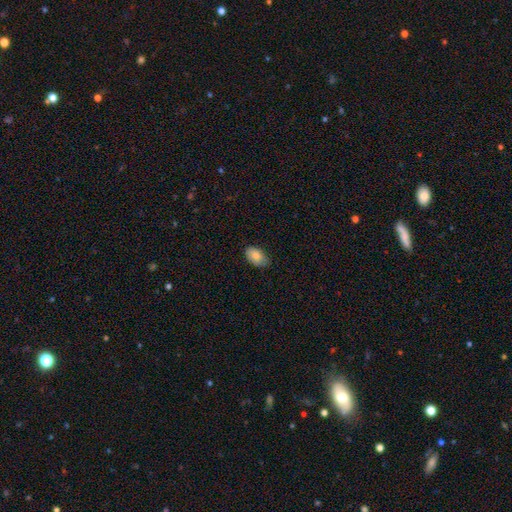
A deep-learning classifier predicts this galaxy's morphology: smooth 82%, featured or disk 11%, star or artifact 7%. Down the decision tree: how rounded — in between (93%); merging — none (76%).